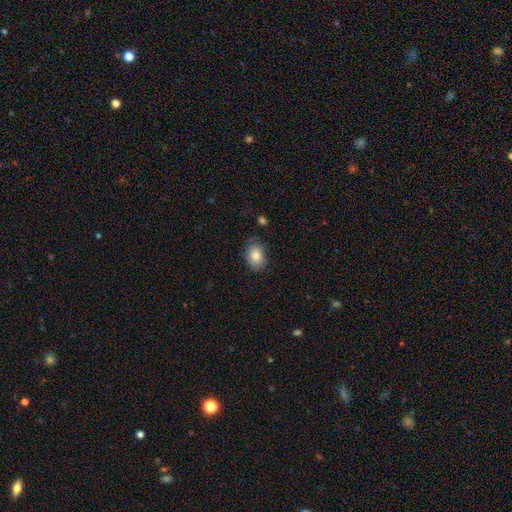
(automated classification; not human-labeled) smooth-or-featured: smooth: 83% | featured or disk: 10% | star or artifact: 7%
  how-rounded: in between: 82% | round: 17% | cigar-shaped: 1%
  merging: none: 78% | minor disturbance: 17% | major disturbance: 4% | merger: 2%